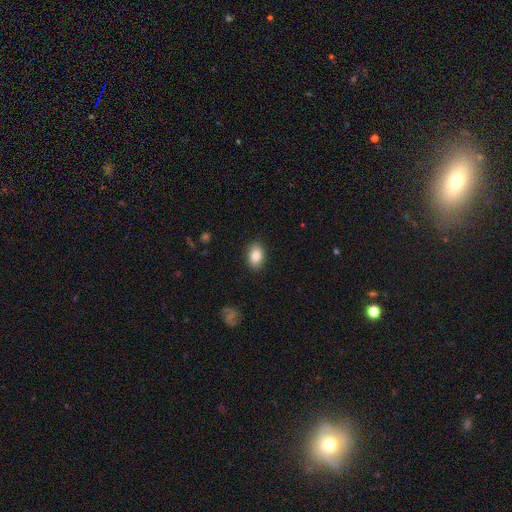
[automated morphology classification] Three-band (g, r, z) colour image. It shows a smooth galaxy with no disk features (84%) that is in between round and cigar-shaped (85%). Merging: none (89%).